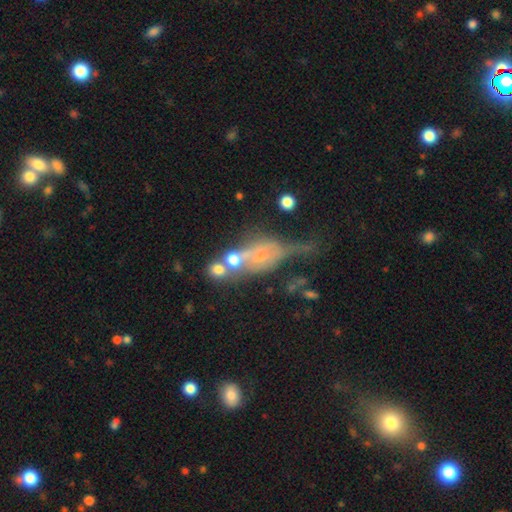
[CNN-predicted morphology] smooth-or-featured: featured or disk: 52% | smooth: 26% | star or artifact: 21%
  disk-edge-on: no: 65% | yes: 35%
  merging: none: 32% | merger: 26% | major disturbance: 22% | minor disturbance: 20%